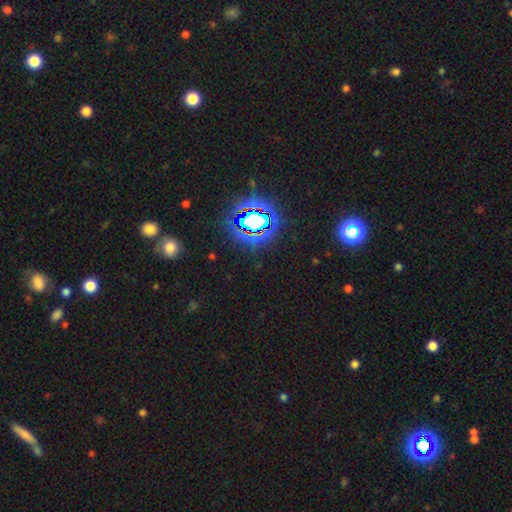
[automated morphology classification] A star or artifact, not a galaxy (81%).

Vote fractions:
- Smooth or featured? star or artifact: 81% / smooth: 12% / featured or disk: 7%